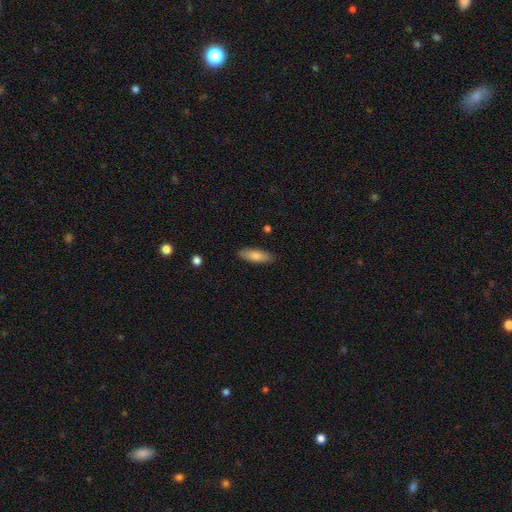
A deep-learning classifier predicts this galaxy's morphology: type=smooth (81%); roundness=in between (59%); merging=none (87%).